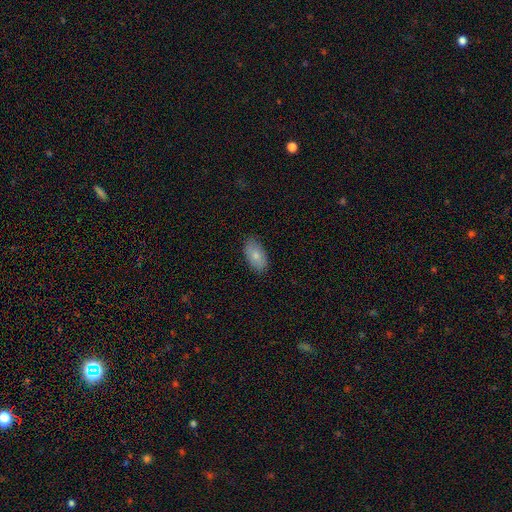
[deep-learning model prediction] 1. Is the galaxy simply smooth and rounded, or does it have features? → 81% smooth, 13% featured or disk, 7% star or artifact.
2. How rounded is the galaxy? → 94% in between, 4% round, 2% cigar-shaped.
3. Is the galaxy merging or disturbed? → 86% none, 11% minor disturbance, 2% major disturbance, 1% merger.